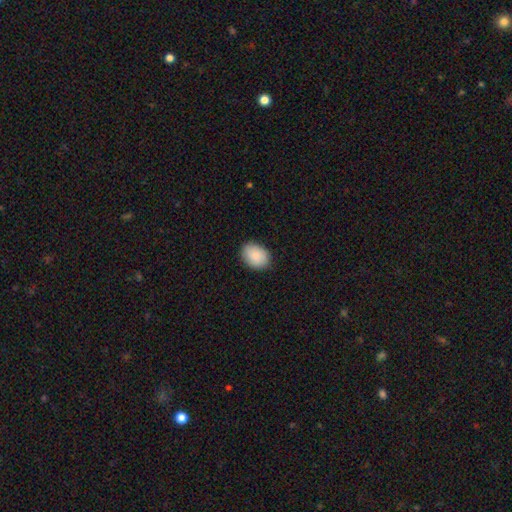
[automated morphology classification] A smooth galaxy with no disk features (90%) that is in between round and cigar-shaped (71%). Merging: none (86%).